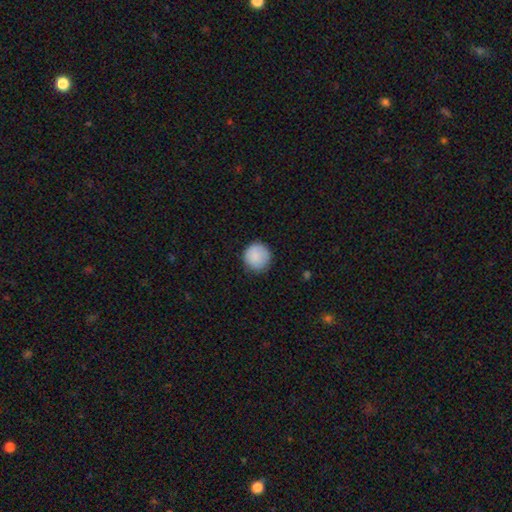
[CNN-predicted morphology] A smooth galaxy with no disk features (87%) that is round (93%). Merging: none (84%).